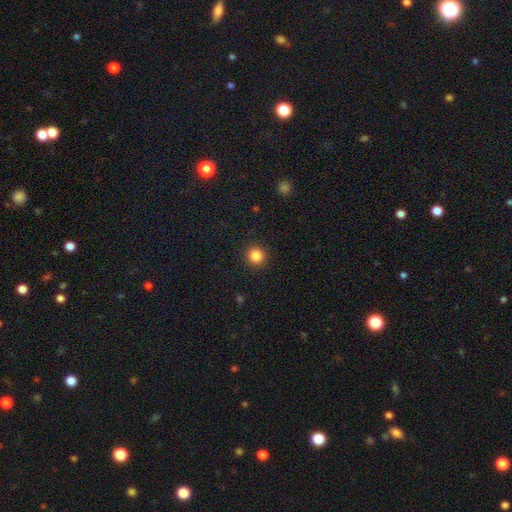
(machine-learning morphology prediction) A smooth galaxy with no disk features (86%) that is round (92%).

Vote fractions:
- Smooth or featured? smooth: 86% / star or artifact: 11% / featured or disk: 3%
- How rounded? round: 92% / in between: 7% / cigar-shaped: 1%
- Merging? none: 92% / minor disturbance: 5% / major disturbance: 2% / merger: 1%